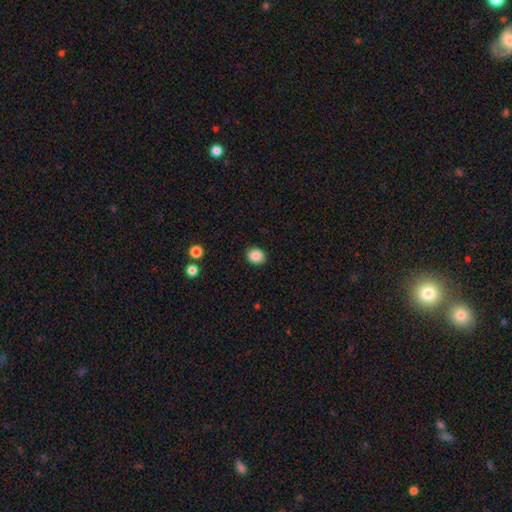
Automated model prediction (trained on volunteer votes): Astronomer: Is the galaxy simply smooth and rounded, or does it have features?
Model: smooth — 87%.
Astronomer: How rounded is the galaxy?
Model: round — 64%.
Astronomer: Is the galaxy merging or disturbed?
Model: none — 90%.